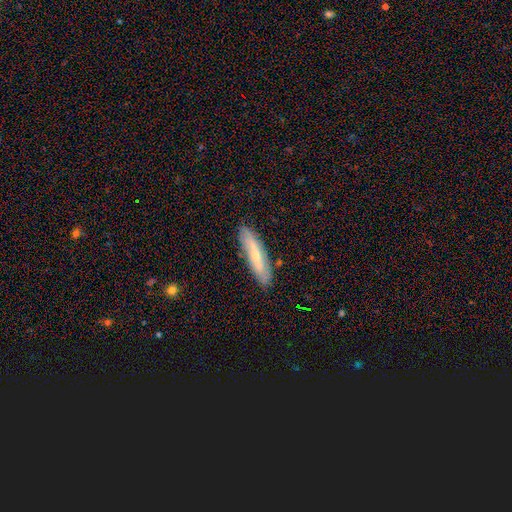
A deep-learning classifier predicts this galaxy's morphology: Overall: featured or disk (47%; smooth 46%). Merging: none (85%).